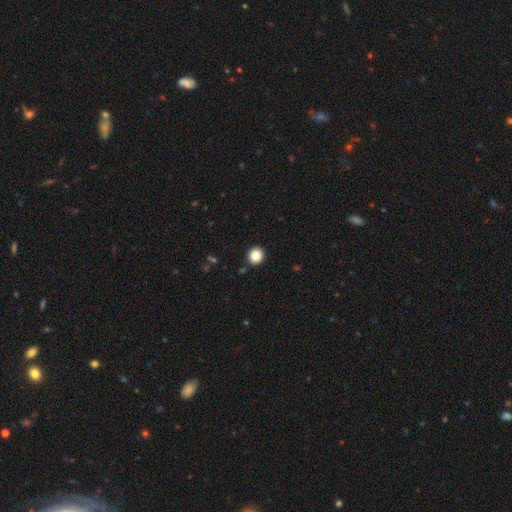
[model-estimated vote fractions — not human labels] A smooth galaxy with no disk features (85%) that is round (90%). Merging: none (92%).